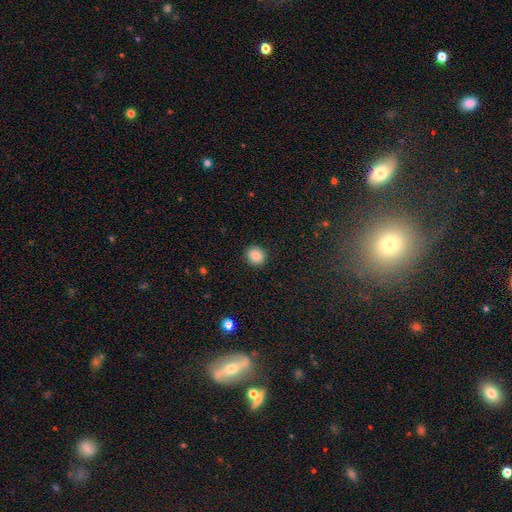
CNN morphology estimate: smooth_or_featured: smooth (p=0.87) [alt: star or artifact p=0.09]
how_rounded: round (p=0.80) [alt: in between p=0.19]
merging: none (p=0.90) [alt: minor disturbance p=0.07]